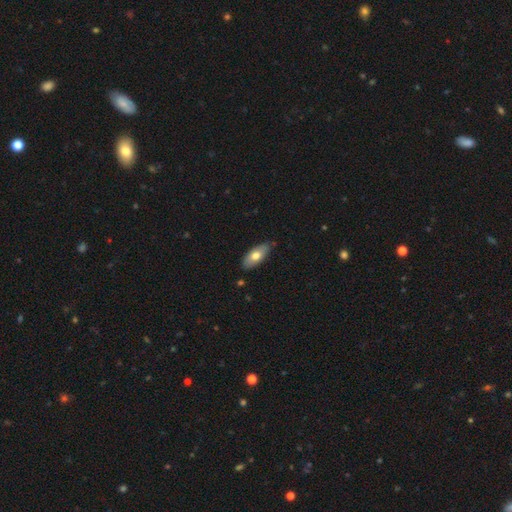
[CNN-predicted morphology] Smooth or featured? smooth (70%)
How rounded? in between (86%)
Merging? none (80%)